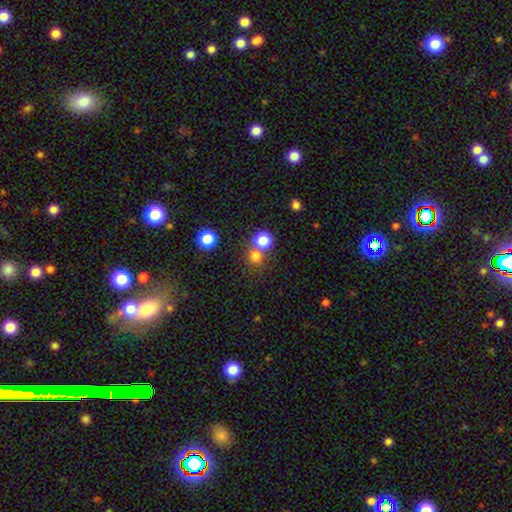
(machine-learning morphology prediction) Smooth or featured?
  - smooth: 76% *
  - star or artifact: 17%
  - featured or disk: 7%
How rounded?
  - round: 90% *
  - in between: 9%
  - cigar-shaped: 1%
Merging?
  - none: 59% *
  - merger: 32%
  - minor disturbance: 6%
  - major disturbance: 3%